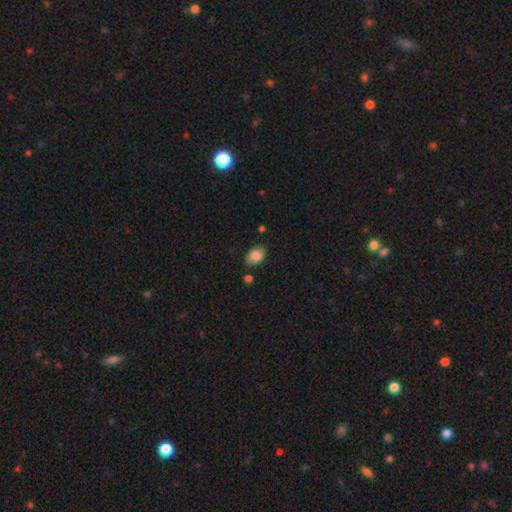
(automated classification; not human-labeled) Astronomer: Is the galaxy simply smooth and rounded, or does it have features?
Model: smooth — 82%.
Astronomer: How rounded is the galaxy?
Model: in between — 84%.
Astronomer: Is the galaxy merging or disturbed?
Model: none — 77%.